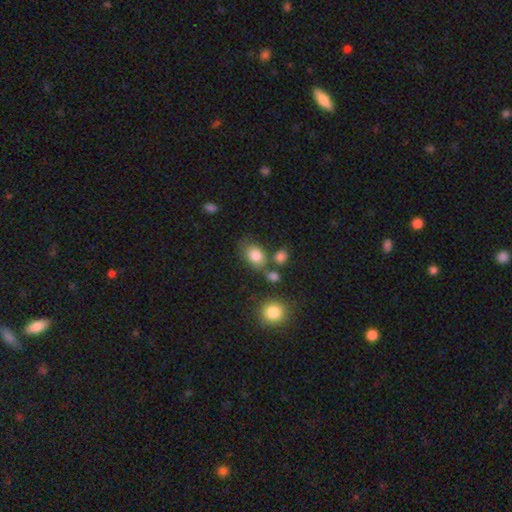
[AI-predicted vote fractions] Smooth or featured? smooth (82%)
How rounded? in between (64%)
Merging? none (57%)